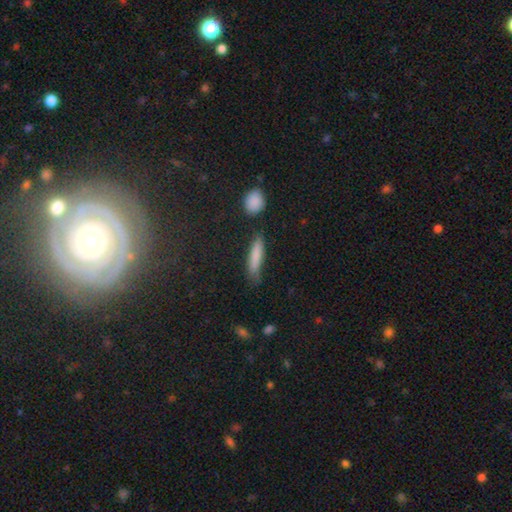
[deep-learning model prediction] The model was most divided on "merging": none: 71%, minor disturbance: 20%, major disturbance: 5%, merger: 4%. More confident: how rounded — cigar-shaped (83%); smooth or featured — smooth (79%).